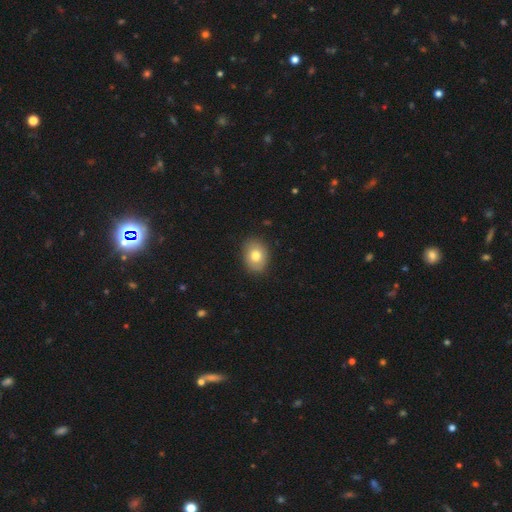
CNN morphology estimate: The model was most divided on "how rounded": in between: 61%, round: 38%, cigar-shaped: 1%. More confident: merging — none (87%); smooth or featured — smooth (78%).